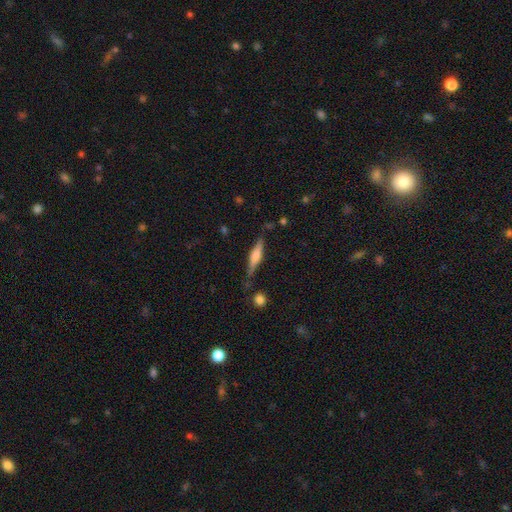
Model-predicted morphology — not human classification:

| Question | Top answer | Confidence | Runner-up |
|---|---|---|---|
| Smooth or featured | featured or disk | 55% | smooth (38%) |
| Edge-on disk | yes | 96% | no (4%) |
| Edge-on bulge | rounded | 64% | boxy (28%) |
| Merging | none | 79% | minor disturbance (14%) |